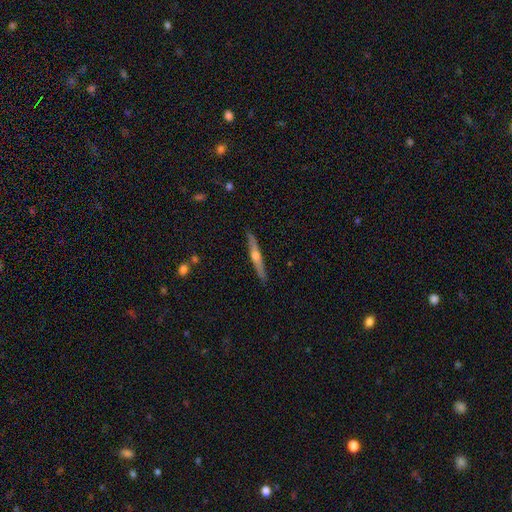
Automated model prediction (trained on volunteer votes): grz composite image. It shows a featured or disk galaxy (67%) viewed edge-on (97%) with a rounded central bulge (87%). Merging: none (90%).